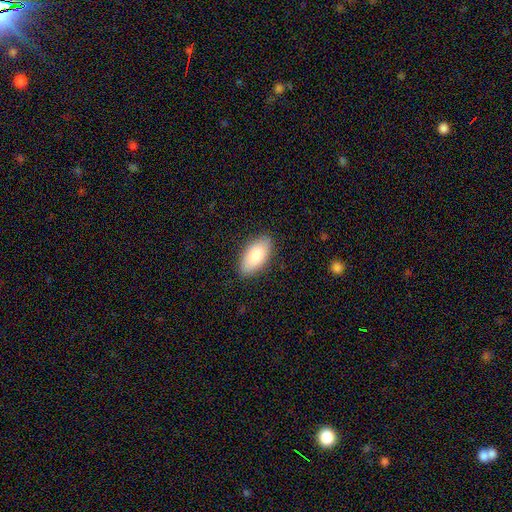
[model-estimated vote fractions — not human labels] Smooth or featured? smooth (85%)
How rounded? in between (93%)
Merging? none (86%)